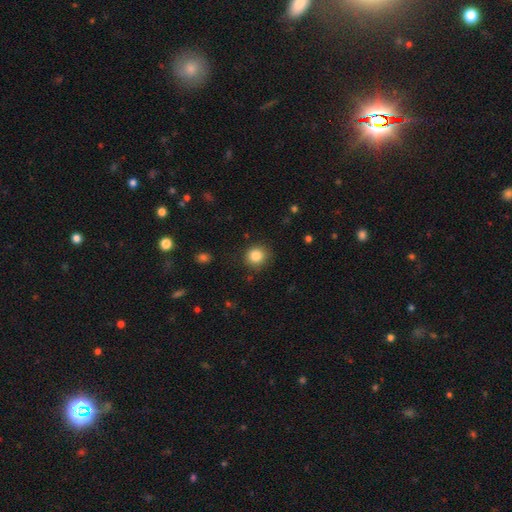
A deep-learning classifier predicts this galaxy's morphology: Smooth or featured: smooth — 84% (star or artifact — 11%)
How rounded: round — 89% (in between — 10%)
Merging: none — 86% (minor disturbance — 10%)